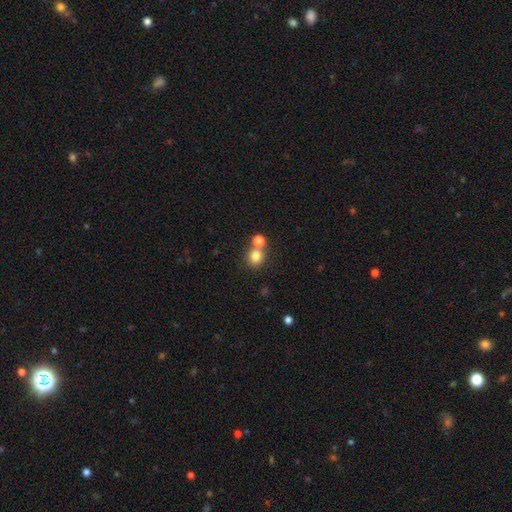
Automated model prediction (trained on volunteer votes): This is clearly a smooth galaxy (80%). How rounded: clearly round (82%). Merging: possibly none (58%).